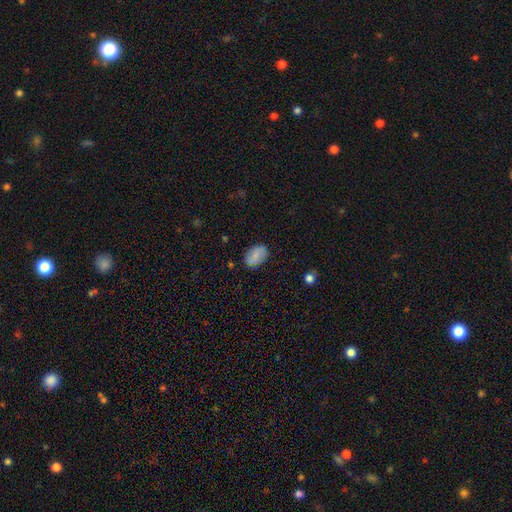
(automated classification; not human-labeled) Smooth or featured: smooth — 79% (featured or disk — 13%)
How rounded: in between — 89% (round — 9%)
Merging: none — 82% (minor disturbance — 14%)